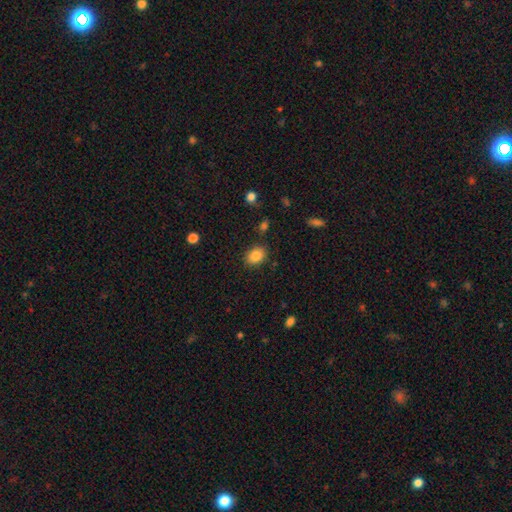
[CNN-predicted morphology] smooth_or_featured: smooth (p=0.86) [alt: star or artifact p=0.09]
how_rounded: in between (p=0.68) [alt: round p=0.31]
merging: none (p=0.84) [alt: minor disturbance p=0.11]